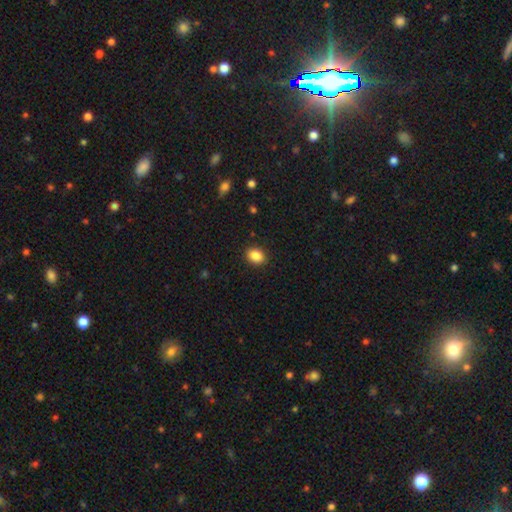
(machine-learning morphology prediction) A smooth galaxy with no disk features (87%) that is in between round and cigar-shaped (61%). Merging: none (90%).